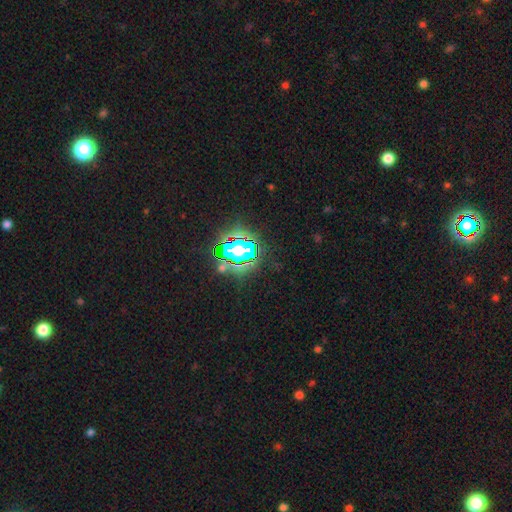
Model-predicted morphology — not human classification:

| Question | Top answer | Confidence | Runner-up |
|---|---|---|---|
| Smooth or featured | star or artifact | 82% | smooth (11%) |